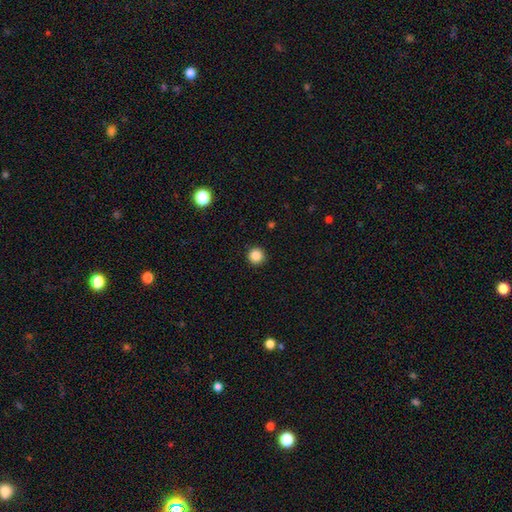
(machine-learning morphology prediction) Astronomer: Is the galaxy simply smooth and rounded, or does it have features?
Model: smooth — 86%.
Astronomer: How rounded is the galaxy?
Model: round — 96%.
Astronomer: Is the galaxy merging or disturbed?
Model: none — 93%.